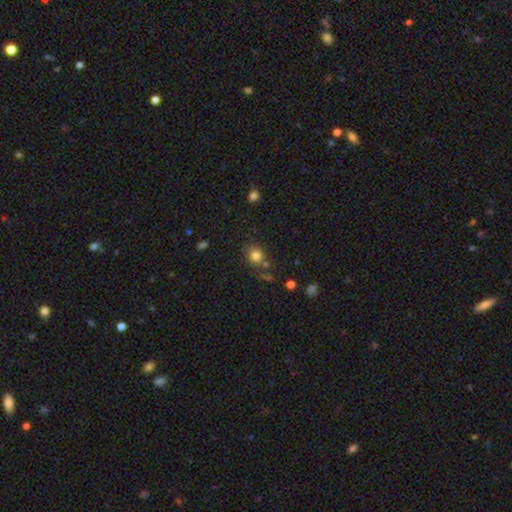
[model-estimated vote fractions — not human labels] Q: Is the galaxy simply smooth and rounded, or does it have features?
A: smooth — 80%.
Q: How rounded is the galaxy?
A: round — 76%.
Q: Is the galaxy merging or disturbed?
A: none — 71%.